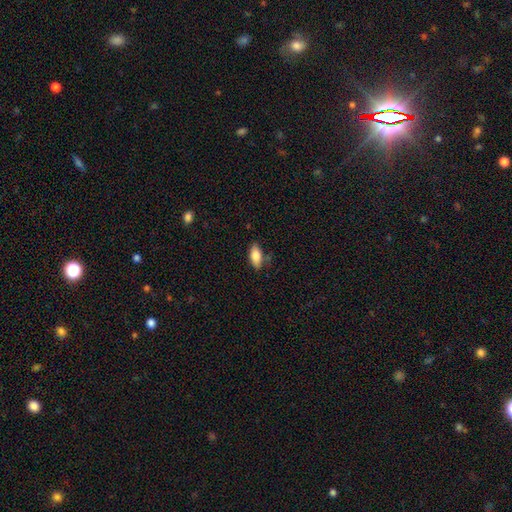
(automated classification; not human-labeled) smooth-or-featured: smooth: 80% | featured or disk: 13% | star or artifact: 7%
  how-rounded: in between: 87% | cigar-shaped: 10% | round: 3%
  merging: none: 79% | minor disturbance: 16% | major disturbance: 3% | merger: 3%